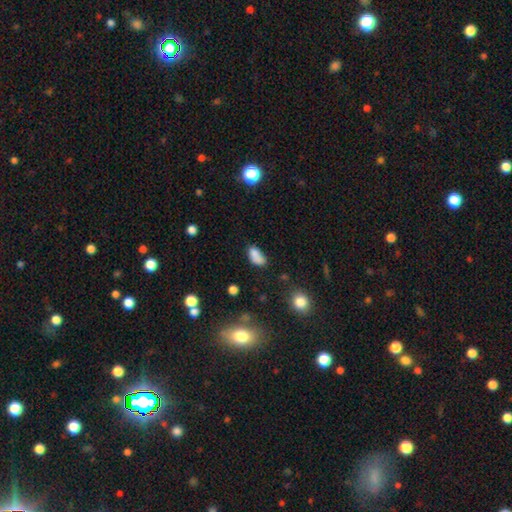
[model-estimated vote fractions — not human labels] Morphology: type=smooth (77%); roundness=in between (88%); merging=none (43%).